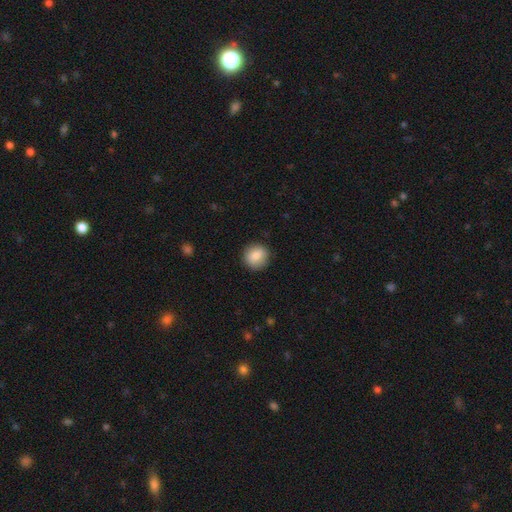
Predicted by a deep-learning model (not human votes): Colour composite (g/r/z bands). It shows a smooth galaxy with no disk features (86%) that is round (86%). Merging: none (88%).